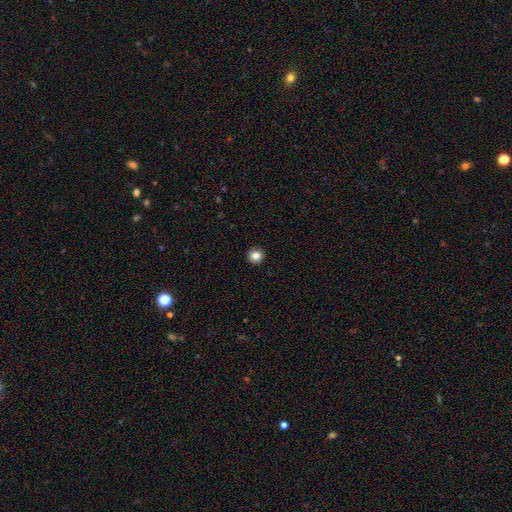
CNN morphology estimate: Smooth or featured? Predicted: smooth (p=0.85). How rounded? Predicted: round (p=0.93). Merging? Predicted: none (p=0.93).